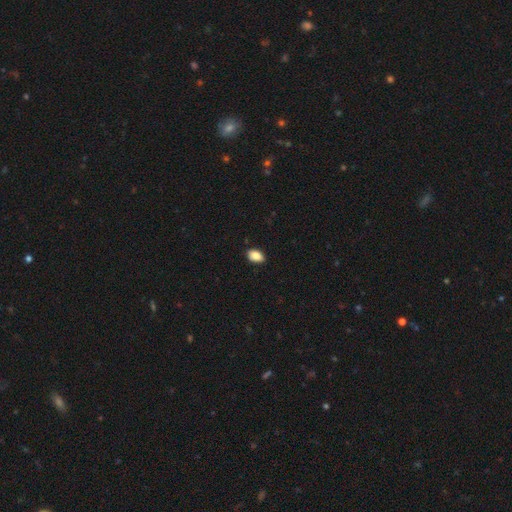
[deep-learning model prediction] Smooth or featured? smooth (88%)
How rounded? in between (88%)
Merging? none (89%)